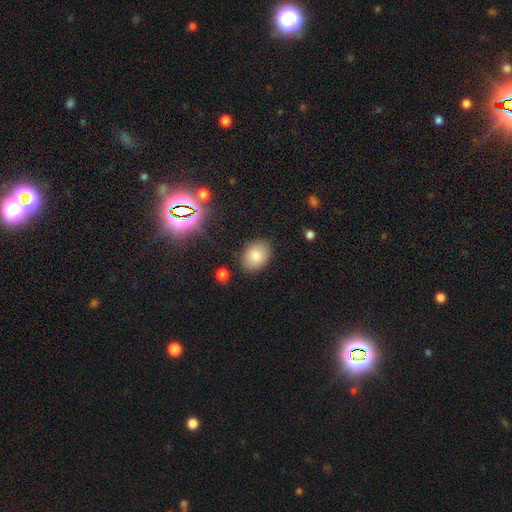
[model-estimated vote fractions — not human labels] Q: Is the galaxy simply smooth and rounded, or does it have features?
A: smooth — 83%.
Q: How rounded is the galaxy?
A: in between — 75%.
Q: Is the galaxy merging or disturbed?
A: none — 85%.